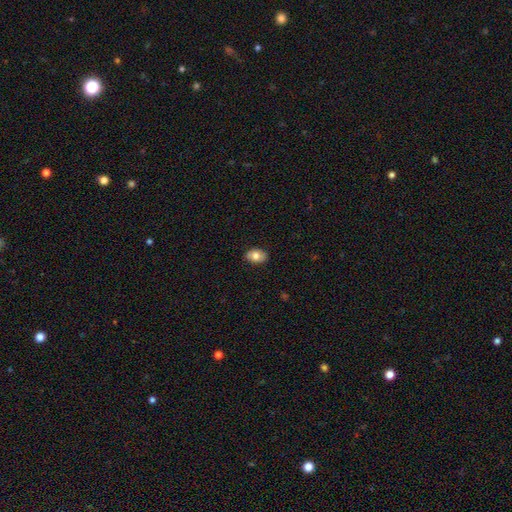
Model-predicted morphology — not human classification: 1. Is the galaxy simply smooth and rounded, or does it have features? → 77% smooth, 15% featured or disk, 7% star or artifact.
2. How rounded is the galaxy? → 85% in between, 14% round, 1% cigar-shaped.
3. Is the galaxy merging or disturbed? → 86% none, 11% minor disturbance, 2% major disturbance, 1% merger.